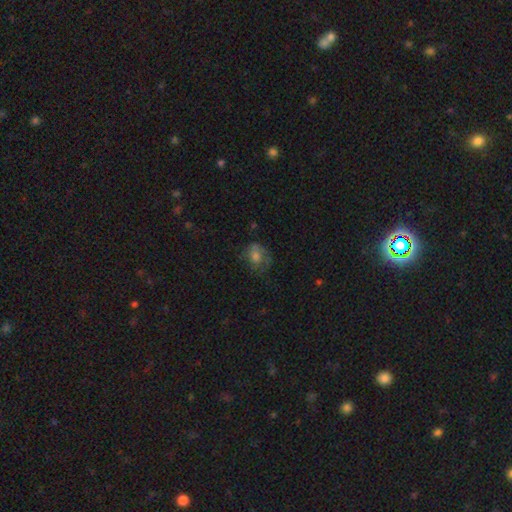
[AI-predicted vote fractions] Smooth or featured?
  - smooth: 54% *
  - featured or disk: 32%
  - star or artifact: 14%
How rounded?
  - round: 52% *
  - in between: 47%
  - cigar-shaped: 1%
Merging?
  - none: 50% *
  - minor disturbance: 26%
  - major disturbance: 21%
  - merger: 2%